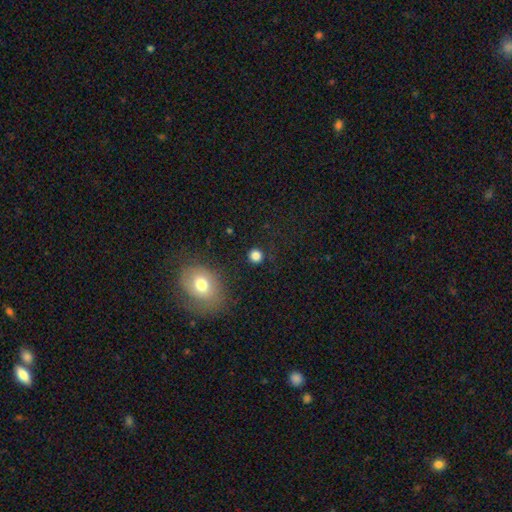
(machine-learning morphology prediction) The model was most divided on "smooth or featured": smooth: 82%, star or artifact: 13%, featured or disk: 5%. More confident: how rounded — round (90%); merging — none (87%).